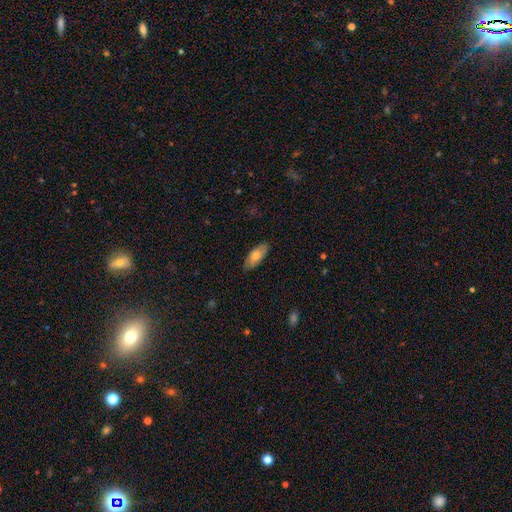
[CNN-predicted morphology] Smooth or featured: smooth — 70% (featured or disk — 24%)
How rounded: in between — 82% (cigar-shaped — 15%)
Merging: none — 84% (minor disturbance — 12%)